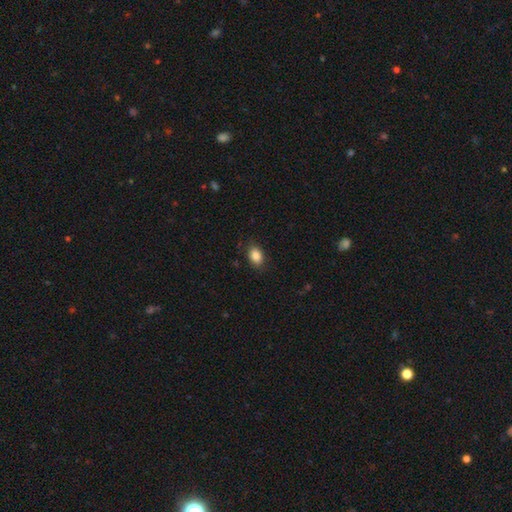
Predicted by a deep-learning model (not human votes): smooth_or_featured: smooth (p=0.87) [alt: star or artifact p=0.09]
how_rounded: in between (p=0.79) [alt: round p=0.20]
merging: none (p=0.84) [alt: minor disturbance p=0.12]